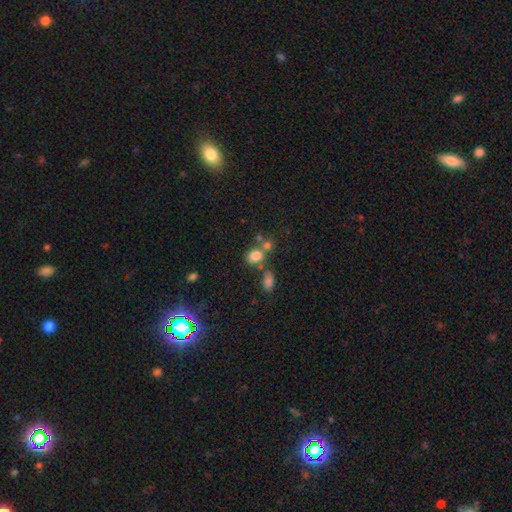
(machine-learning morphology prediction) type=smooth (78%); roundness=in between (50%); merging=none (50%).